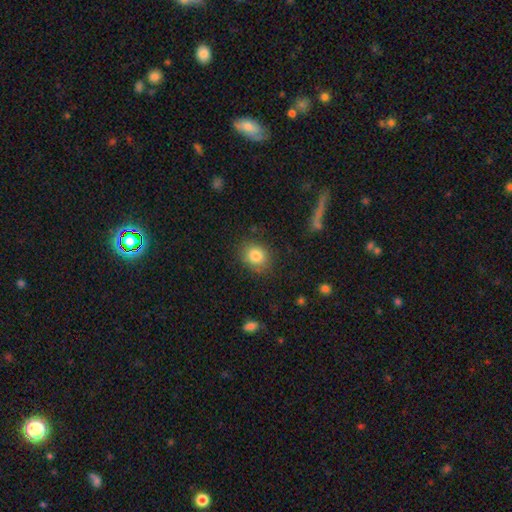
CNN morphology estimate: Overall: smooth (84%). How rounded: round (68%; in between 31%). Merging: none (82%).